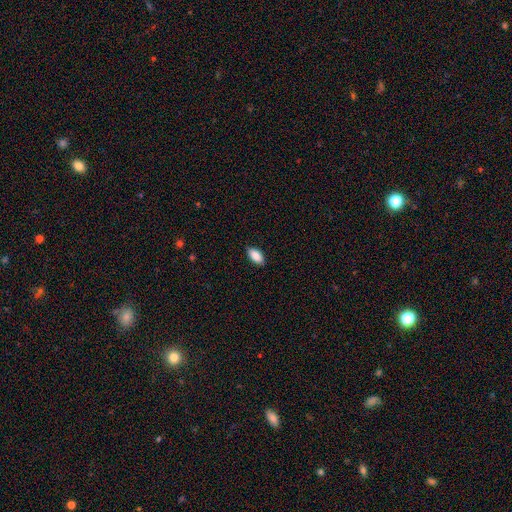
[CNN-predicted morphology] A smooth galaxy with no disk features (88%) that is in between round and cigar-shaped (91%).

Vote fractions:
- Smooth or featured? smooth: 88% / star or artifact: 6% / featured or disk: 5%
- How rounded? in between: 91% / cigar-shaped: 7% / round: 2%
- Merging? none: 88% / minor disturbance: 9% / major disturbance: 2% / merger: 1%